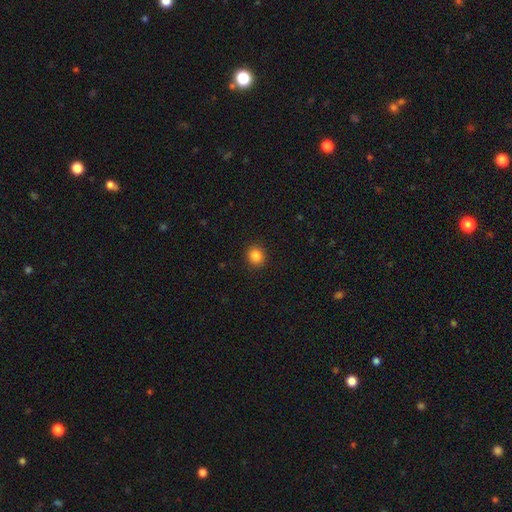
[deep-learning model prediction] smooth-or-featured: smooth: 86% | star or artifact: 11% | featured or disk: 4%
  how-rounded: round: 85% | in between: 15% | cigar-shaped: 1%
  merging: none: 91% | minor disturbance: 6% | major disturbance: 2% | merger: 1%